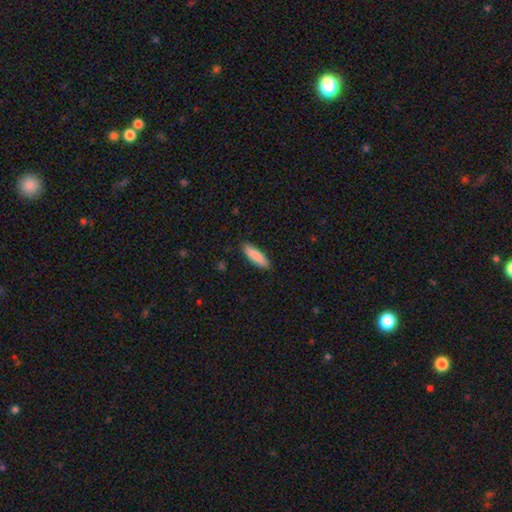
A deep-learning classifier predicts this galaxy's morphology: Q: Smooth or featured?
A: smooth (87%); runner-up: featured or disk (8%)
Q: How rounded?
A: cigar-shaped (57%); runner-up: in between (42%)
Q: Merging?
A: none (89%); runner-up: minor disturbance (8%)